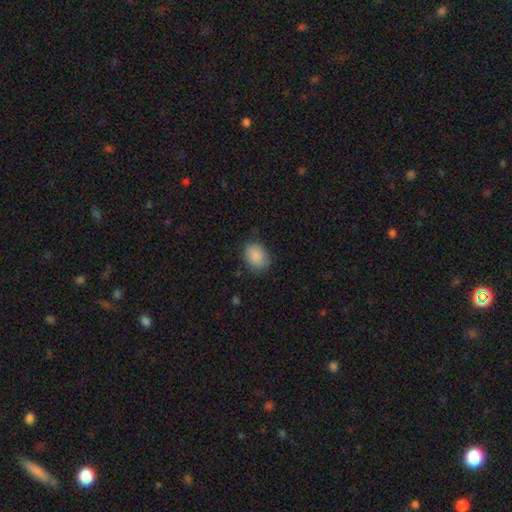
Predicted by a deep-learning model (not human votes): This is clearly a smooth galaxy (88%). How rounded: likely in between (64%). Merging: likely none (79%).